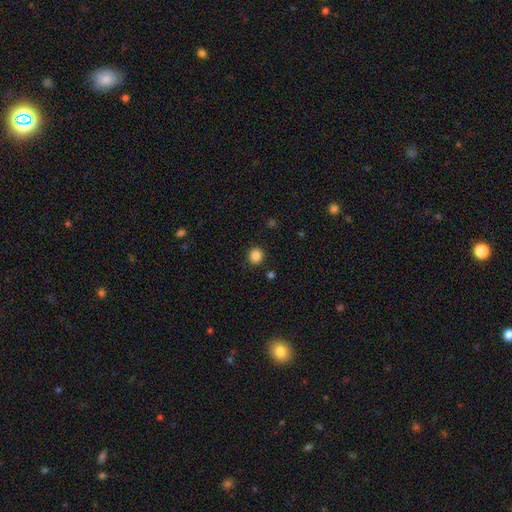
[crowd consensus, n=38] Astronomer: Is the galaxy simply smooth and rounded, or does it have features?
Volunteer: smooth — 89%.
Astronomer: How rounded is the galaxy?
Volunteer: round — 85%.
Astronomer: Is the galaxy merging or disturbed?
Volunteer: none — 94%.